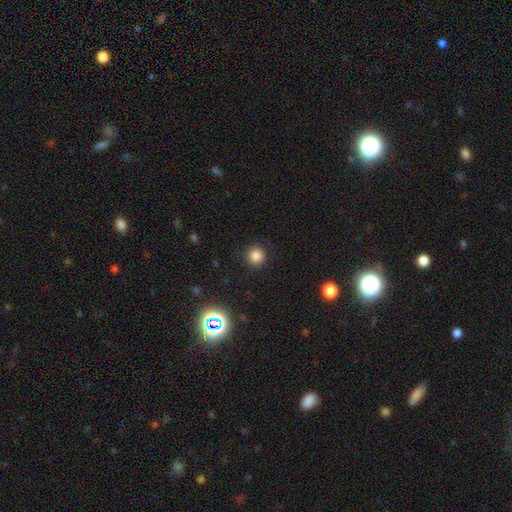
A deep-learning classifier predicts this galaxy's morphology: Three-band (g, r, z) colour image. It shows a smooth galaxy with no disk features (82%) that is round (94%). Merging: none (90%).